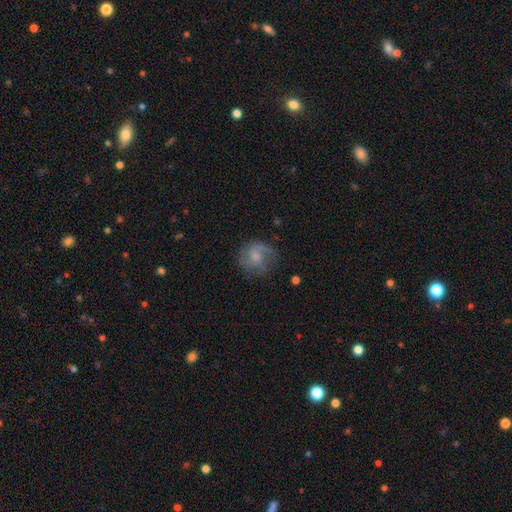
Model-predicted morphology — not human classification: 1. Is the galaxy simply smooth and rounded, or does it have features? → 50% featured or disk, 41% smooth, 9% star or artifact.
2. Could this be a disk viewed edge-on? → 98% no, 2% yes.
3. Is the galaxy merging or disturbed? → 63% none, 21% minor disturbance, 14% major disturbance, 2% merger.